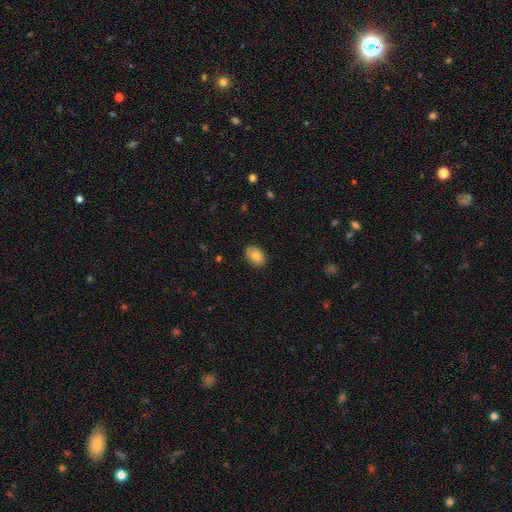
A smooth galaxy with no disk features (92%) that is in between round and cigar-shaped (89%).

Vote fractions:
- Smooth or featured? smooth: 92% / featured or disk: 5% / star or artifact: 3%
- How rounded? in between: 89% / round: 11% / cigar-shaped: 0%
- Merging? none: 92% / minor disturbance: 5% / major disturbance: 3% / merger: 0%